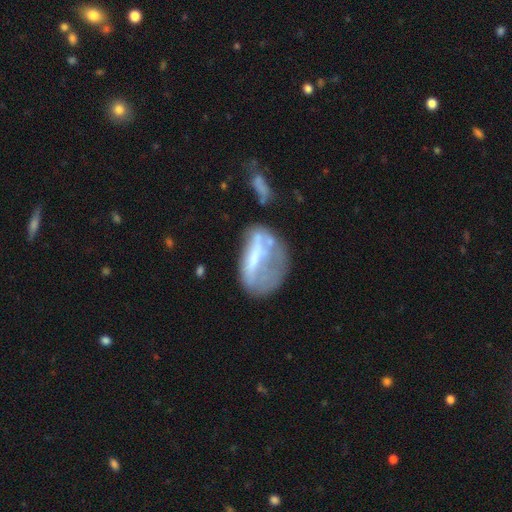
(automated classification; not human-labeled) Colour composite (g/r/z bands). It shows a featured or disk galaxy (47%). Merging: major disturbance (35%).